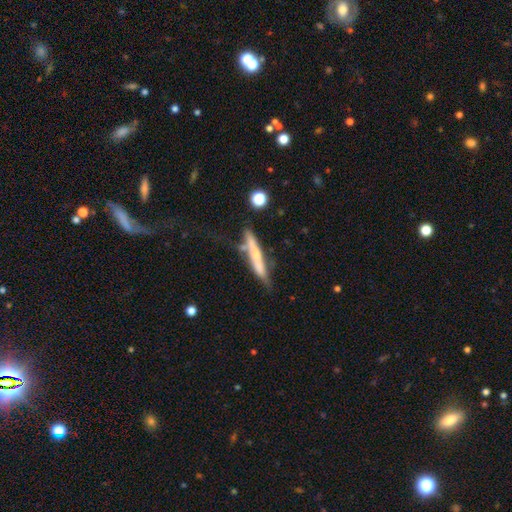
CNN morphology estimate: This is possibly a featured or disk galaxy (51%). It is clearly viewed edge-on (85%). Merging: possibly none (53%).